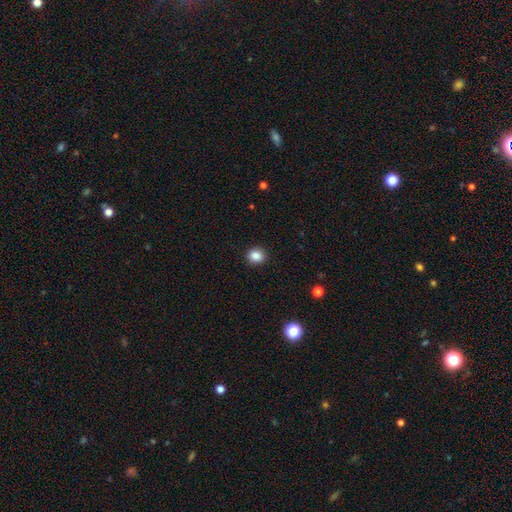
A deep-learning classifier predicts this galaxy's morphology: A smooth galaxy with no disk features (86%) that is round (80%).

Vote fractions:
- Smooth or featured? smooth: 86% / star or artifact: 11% / featured or disk: 4%
- How rounded? round: 80% / in between: 19% / cigar-shaped: 1%
- Merging? none: 91% / minor disturbance: 6% / major disturbance: 2% / merger: 1%